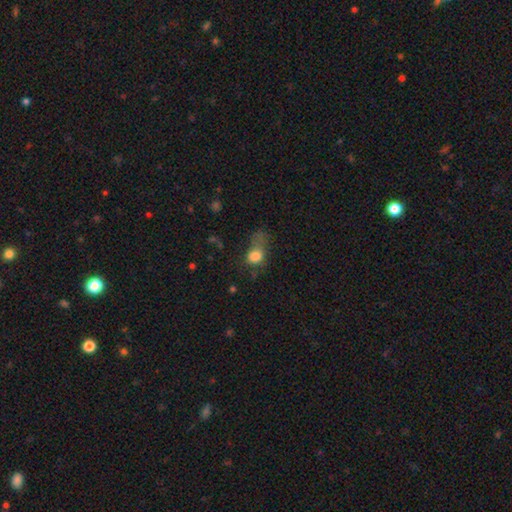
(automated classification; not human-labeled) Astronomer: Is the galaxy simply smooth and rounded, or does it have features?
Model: smooth — 77%.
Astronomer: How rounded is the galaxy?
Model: in between — 57% (runner-up: round, 41%).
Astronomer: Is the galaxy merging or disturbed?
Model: major disturbance — 46% (runner-up: minor disturbance, 24%).